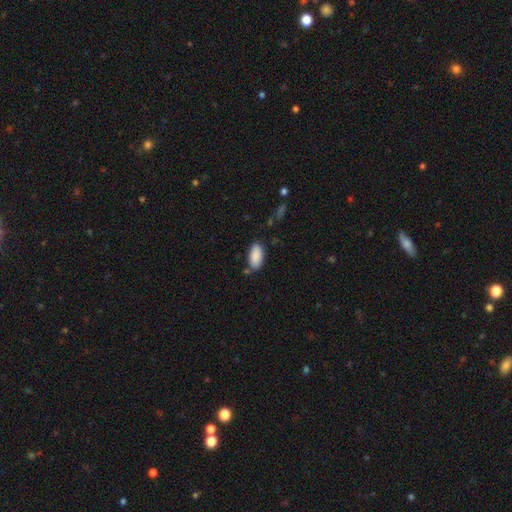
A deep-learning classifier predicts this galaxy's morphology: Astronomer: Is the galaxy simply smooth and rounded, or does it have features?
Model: smooth — 89%.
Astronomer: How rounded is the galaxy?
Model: in between — 93%.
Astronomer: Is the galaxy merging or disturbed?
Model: none — 74%.